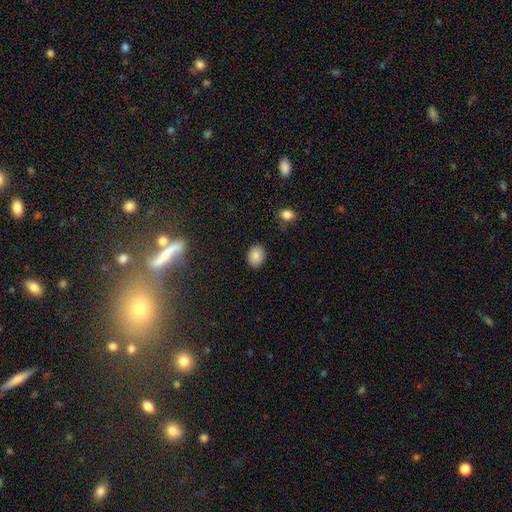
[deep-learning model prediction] Overall: smooth (86%). How rounded: in between (65%; round 34%). Merging: none (87%).